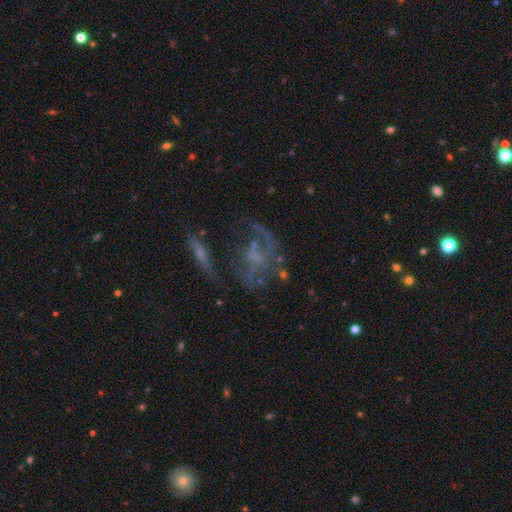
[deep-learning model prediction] Smooth or featured?
  - featured or disk: 62% *
  - smooth: 19%
  - star or artifact: 19%
Edge-on disk?
  - no: 94% *
  - yes: 6%
Bar?
  - no: 72% *
  - weak: 21%
  - strong: 7%
Spiral arms?
  - no: 52% *
  - yes: 48%
Bulge size?
  - none: 55% *
  - small: 23%
  - moderate: 16%
  - large: 4%
  - dominant: 2%
Merging?
  - none: 39% *
  - major disturbance: 35%
  - minor disturbance: 16%
  - merger: 11%